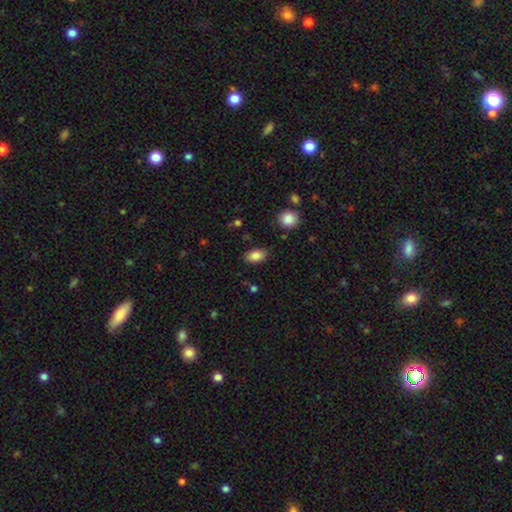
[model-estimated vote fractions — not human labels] smooth 86%, star or artifact 8%, featured or disk 6%. Down the decision tree: how rounded — in between (90%); merging — none (85%).